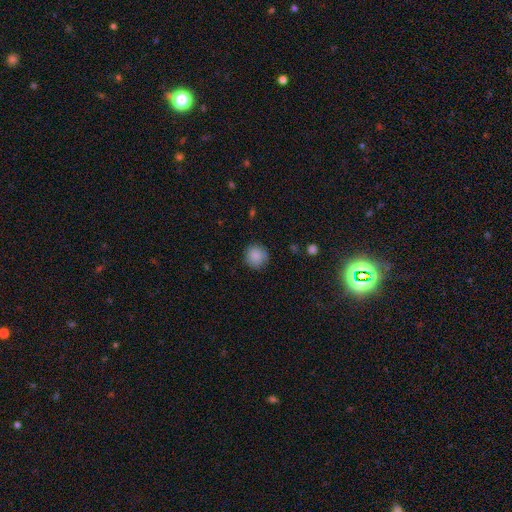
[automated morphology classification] This is clearly a smooth galaxy (87%). How rounded: clearly round (93%). Merging: clearly none (89%).